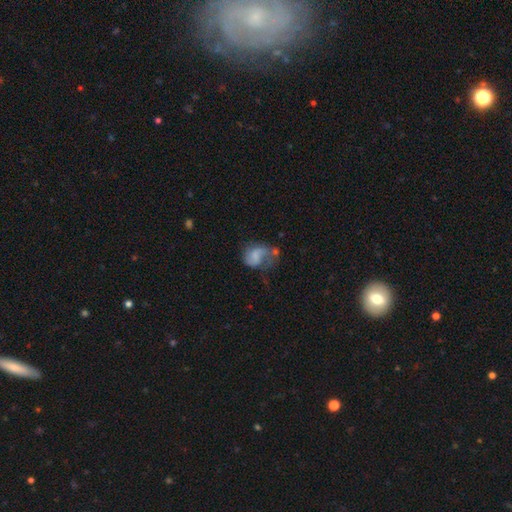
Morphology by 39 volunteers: Overall: smooth (46%; featured or disk 41%). How rounded: round (50%, tied with in between). Merging: none (41%; major disturbance 29%).